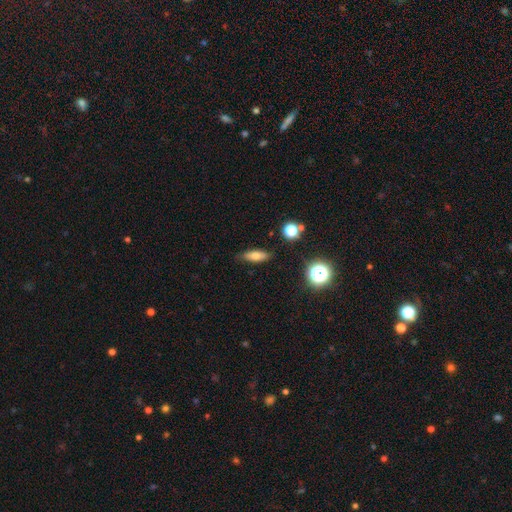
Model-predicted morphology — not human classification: smooth_or_featured: smooth (p=0.69) [alt: featured or disk p=0.20]
how_rounded: in between (p=0.54) [alt: cigar-shaped p=0.40]
merging: none (p=0.84) [alt: minor disturbance p=0.12]